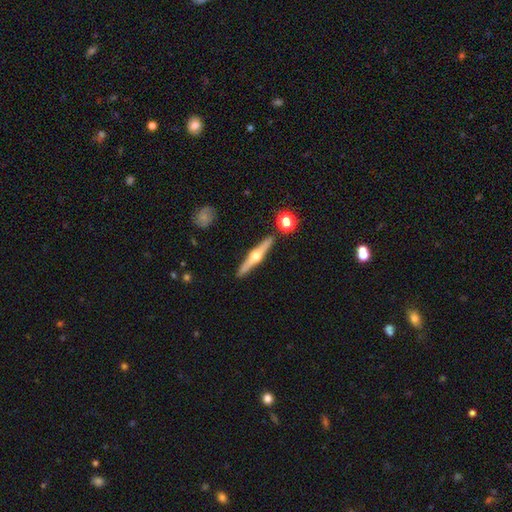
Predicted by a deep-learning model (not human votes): This is likely a featured or disk galaxy (75%). It is clearly viewed edge-on (98%). Edge-on bulge: clearly rounded (95%). Merging: clearly none (89%).